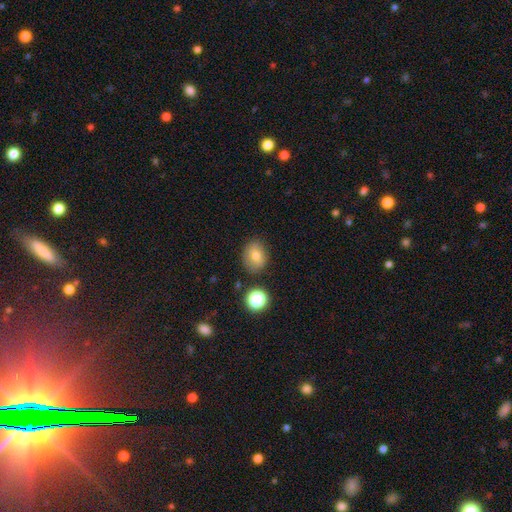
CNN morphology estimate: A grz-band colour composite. It shows a smooth galaxy with no disk features (77%) that is round (50%). Merging: none (81%).